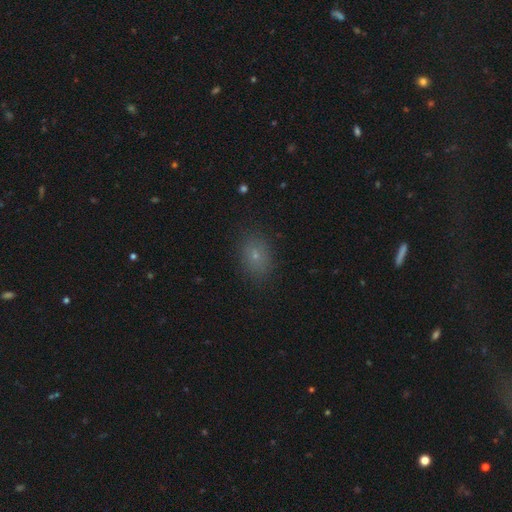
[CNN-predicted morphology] This is likely a smooth galaxy (72%). How rounded: likely in between (68%). Merging: clearly none (84%).